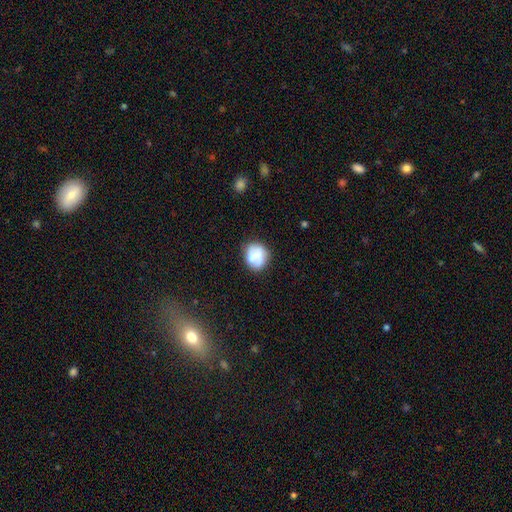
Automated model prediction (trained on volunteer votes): smooth-or-featured: smooth: 69% | featured or disk: 22% | star or artifact: 9%
  how-rounded: round: 59% | in between: 40% | cigar-shaped: 1%
  merging: none: 62% | minor disturbance: 24% | major disturbance: 8% | merger: 5%